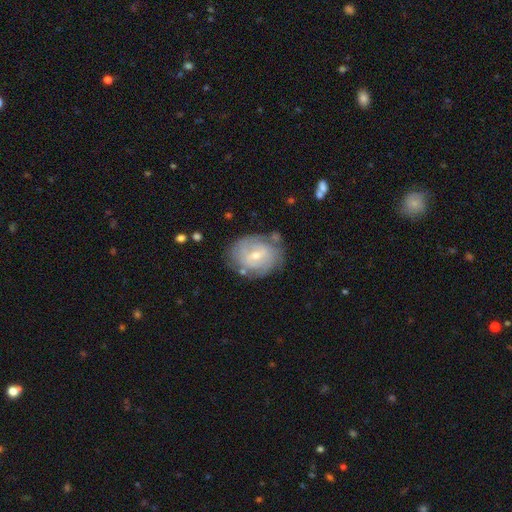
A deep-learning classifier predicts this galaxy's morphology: A featured or disk galaxy (66%) with a weak bar (55%), spiral arms (74%) and a small central bulge (58%).

Vote fractions:
- Smooth or featured? featured or disk: 66% / smooth: 27% / star or artifact: 7%
- Edge-on disk? no: 96% / yes: 4%
- Bar? weak: 55% / no: 31% / strong: 14%
- Spiral arms? yes: 74% / no: 26%
- Bulge size? small: 58% / moderate: 39% / large: 1% / none: 1% / dominant: 1%
- Merging? none: 68% / minor disturbance: 20% / major disturbance: 8% / merger: 4%